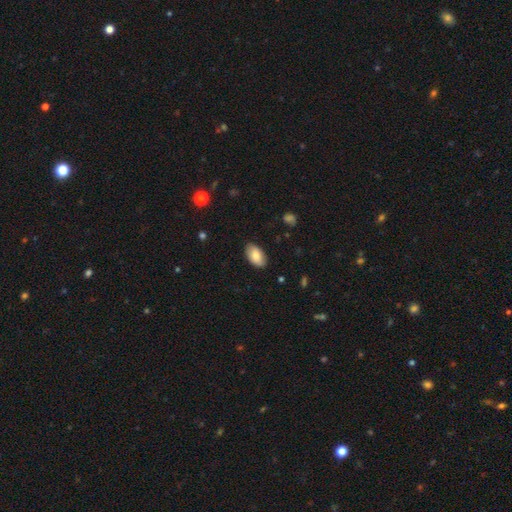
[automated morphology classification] Smooth or featured? Predicted: smooth (p=0.82). How rounded? Predicted: in between (p=0.95). Merging? Predicted: none (p=0.84).